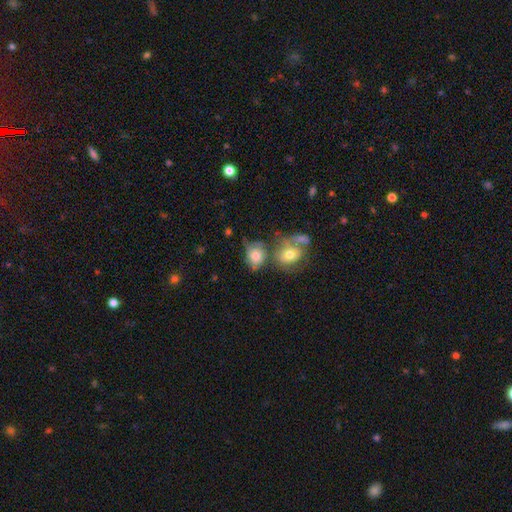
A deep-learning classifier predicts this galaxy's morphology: Smooth or featured? Predicted: smooth (p=0.71). How rounded? Predicted: round (p=0.52). Merging? Predicted: merger (p=0.35).